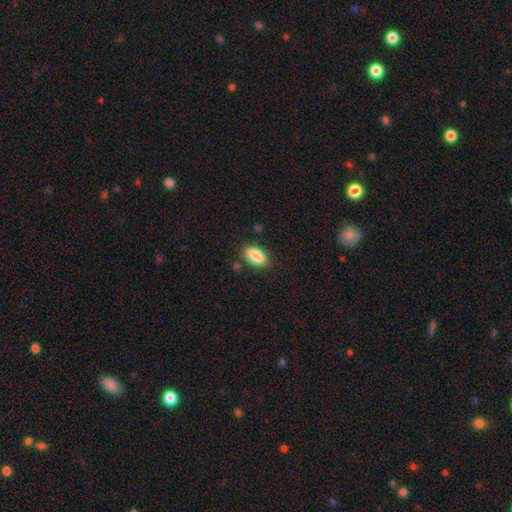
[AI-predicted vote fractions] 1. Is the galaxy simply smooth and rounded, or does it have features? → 86% smooth, 7% featured or disk, 7% star or artifact.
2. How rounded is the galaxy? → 89% in between, 7% cigar-shaped, 4% round.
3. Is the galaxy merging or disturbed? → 83% none, 12% minor disturbance, 3% major disturbance, 3% merger.